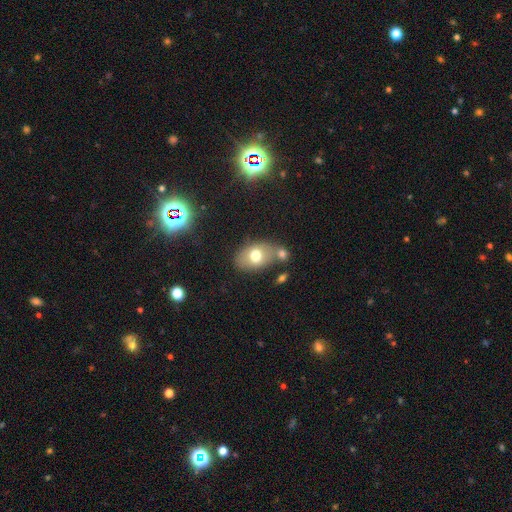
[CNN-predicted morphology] Smooth or featured?
  - smooth: 70% *
  - featured or disk: 20%
  - star or artifact: 10%
How rounded?
  - in between: 81% *
  - round: 17%
  - cigar-shaped: 1%
Merging?
  - none: 56% *
  - merger: 22%
  - minor disturbance: 16%
  - major disturbance: 6%